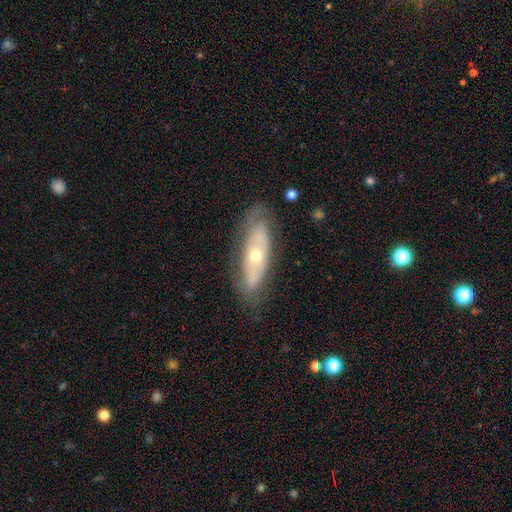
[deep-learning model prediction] Smooth or featured? featured or disk (62%)
Edge-on disk? no (76%)
Merging? none (73%)